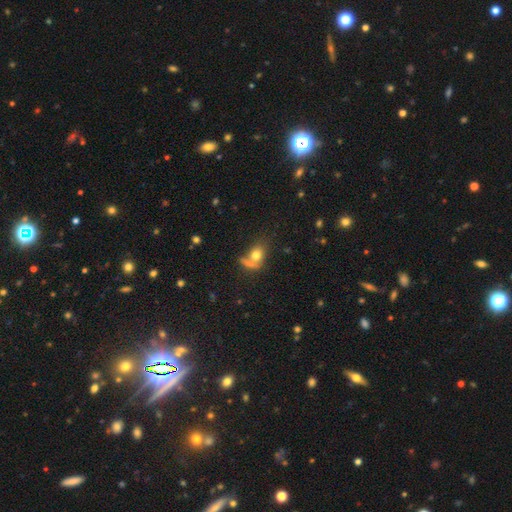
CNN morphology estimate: Smooth or featured?
  - smooth: 75% *
  - featured or disk: 15%
  - star or artifact: 11%
How rounded?
  - in between: 59% *
  - round: 38%
  - cigar-shaped: 3%
Merging?
  - none: 42% *
  - merger: 33%
  - minor disturbance: 14%
  - major disturbance: 11%